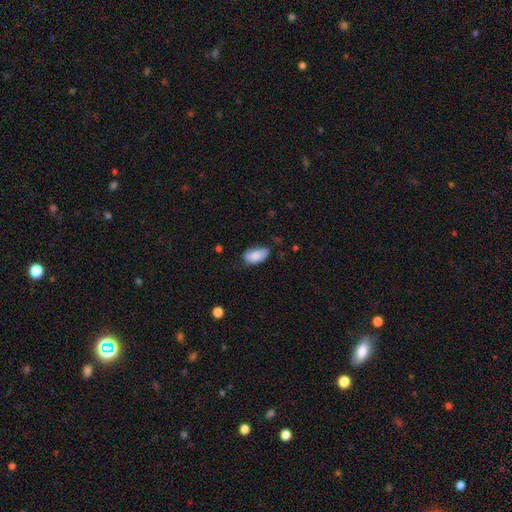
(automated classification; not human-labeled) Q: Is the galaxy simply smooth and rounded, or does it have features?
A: smooth — 84%.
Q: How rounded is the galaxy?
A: in between — 94%.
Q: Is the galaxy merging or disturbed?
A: none — 59%.